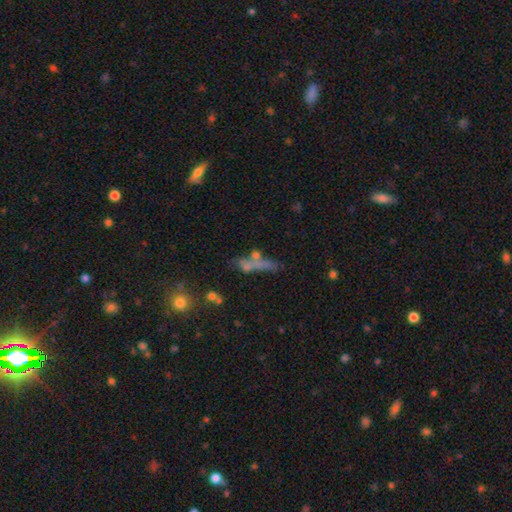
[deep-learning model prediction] Smooth or featured: star or artifact — 40% (smooth — 38%)